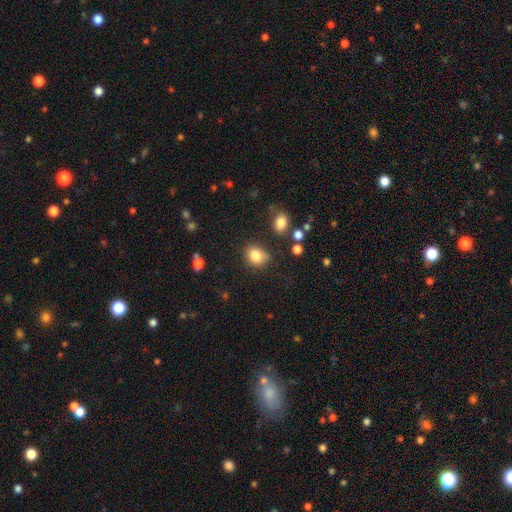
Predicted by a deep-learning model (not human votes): A smooth galaxy with no disk features (83%) that is round (54%). Merging: none (71%).